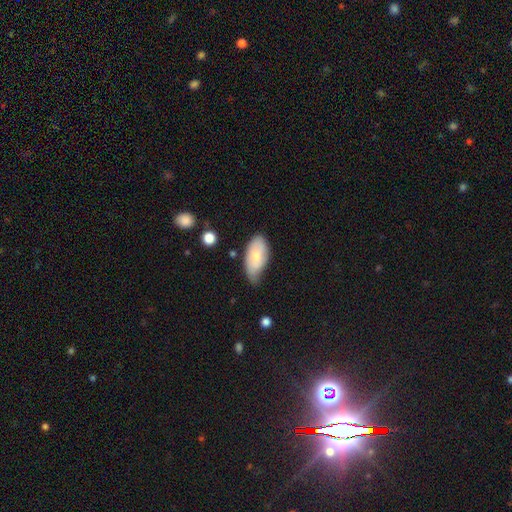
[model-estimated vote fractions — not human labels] The model was most divided on "merging": minor disturbance: 46%, none: 43%, major disturbance: 9%, merger: 3%. More confident: how rounded — in between (94%); smooth or featured — smooth (64%).